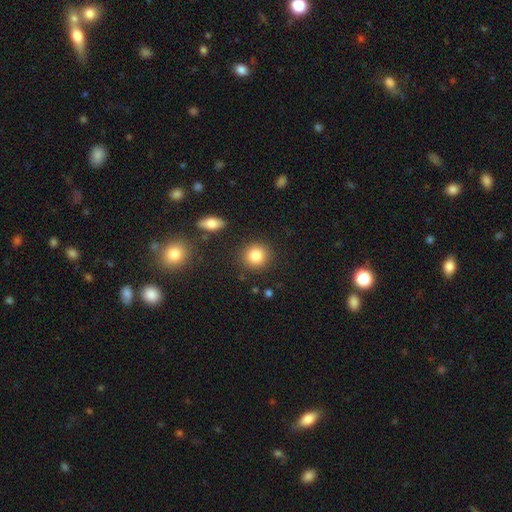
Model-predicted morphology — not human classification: This is clearly a smooth galaxy (84%). How rounded: clearly round (88%). Merging: clearly none (87%).